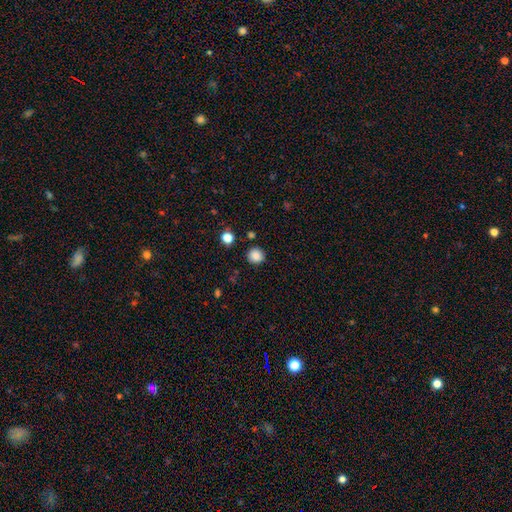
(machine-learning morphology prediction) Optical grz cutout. It shows a smooth galaxy with no disk features (86%) that is round (93%). Merging: none (89%).